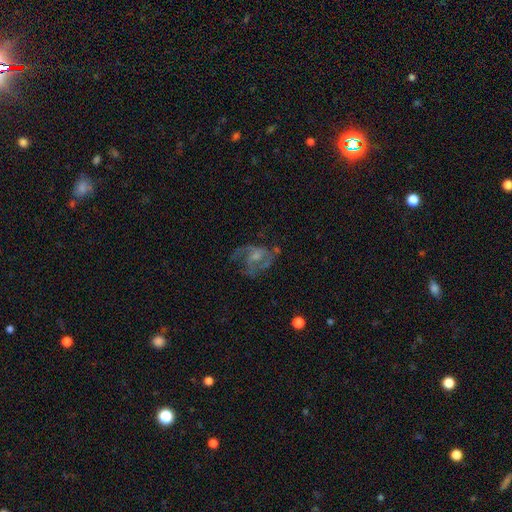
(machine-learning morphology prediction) Overall: featured or disk (78%). Edge-on disk: no (97%). Bar: no (46%; weak 43%). Spiral arms: yes (90%). Spiral arm count: 2 (58%). Spiral winding: medium (54%; loose 25%). Bulge size: small (50%; moderate 31%). Merging: none (61%).